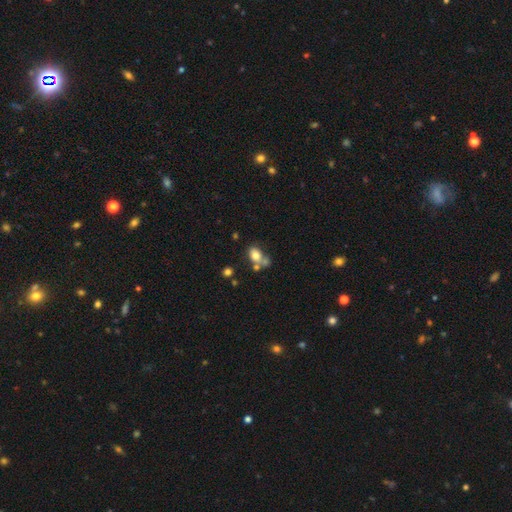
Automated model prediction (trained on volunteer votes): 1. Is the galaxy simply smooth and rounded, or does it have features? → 74% smooth, 15% featured or disk, 10% star or artifact.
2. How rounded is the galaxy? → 78% in between, 20% round, 2% cigar-shaped.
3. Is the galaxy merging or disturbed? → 38% none, 36% merger, 17% minor disturbance, 10% major disturbance.